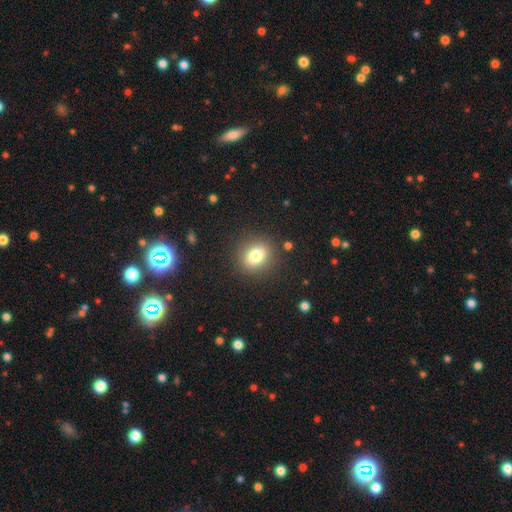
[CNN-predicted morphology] This appears to be a smooth galaxy with no disk features (79%) that is round (52%). Merging: none (87%).